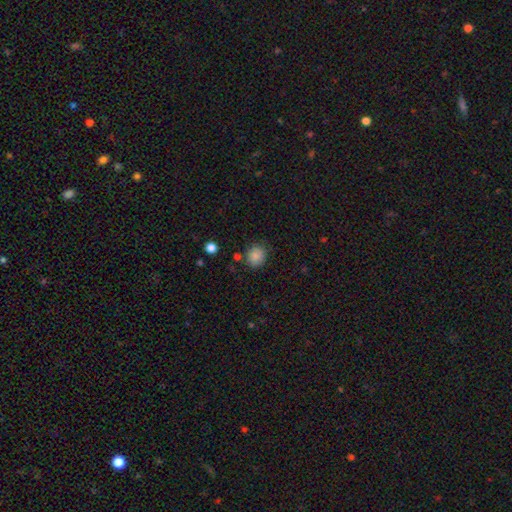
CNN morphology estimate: A smooth galaxy with no disk features (86%) that is round (72%). Merging: none (79%).